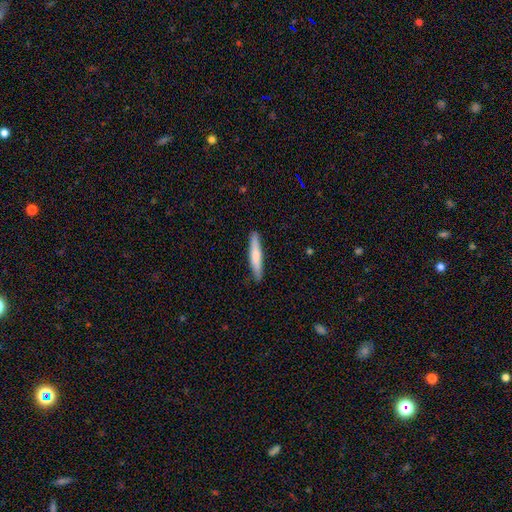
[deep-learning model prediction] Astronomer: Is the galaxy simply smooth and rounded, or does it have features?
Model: smooth — 68%.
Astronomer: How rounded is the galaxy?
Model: cigar-shaped — 91%.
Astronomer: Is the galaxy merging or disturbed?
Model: none — 88%.